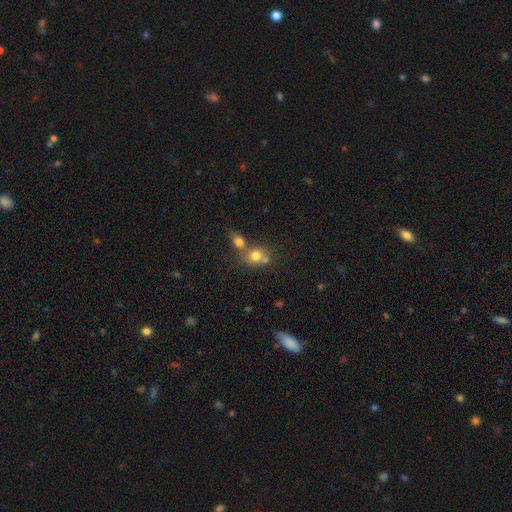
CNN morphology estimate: smooth 74%, featured or disk 13%, star or artifact 12%. Down the decision tree: how rounded — round (65%); merging — merger (51%).